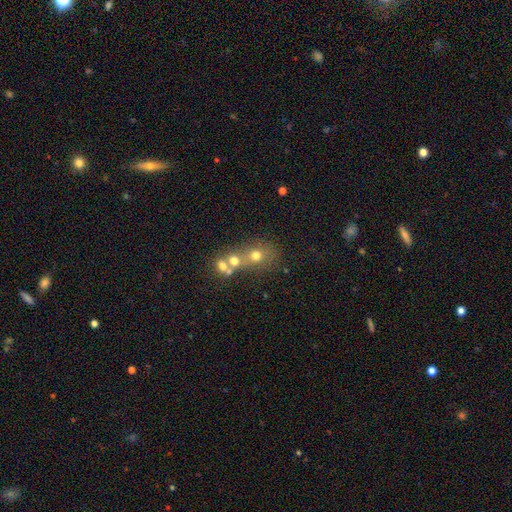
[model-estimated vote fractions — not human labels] This appears to be a smooth galaxy with no disk features (59%) that is round (68%). Merging: merger (51%).